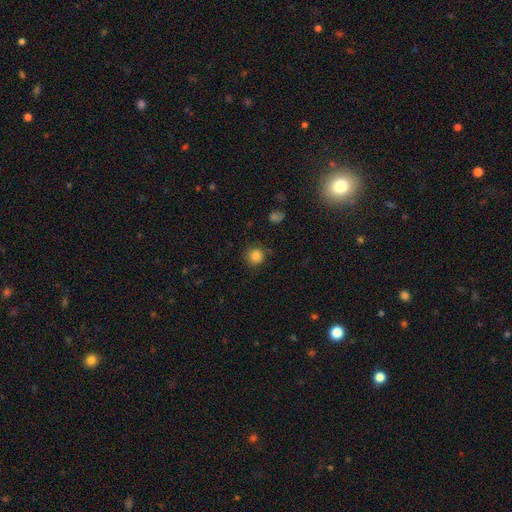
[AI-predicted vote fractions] Morphology: type=smooth (84%); roundness=round (92%); merging=none (85%).